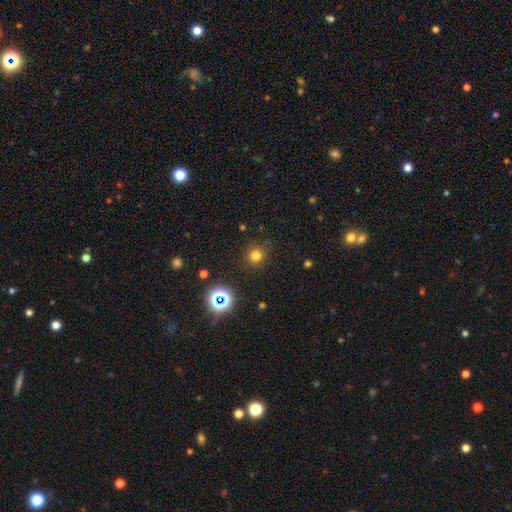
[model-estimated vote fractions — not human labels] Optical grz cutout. It shows a smooth galaxy with no disk features (74%) that is round (94%). Merging: none (88%).